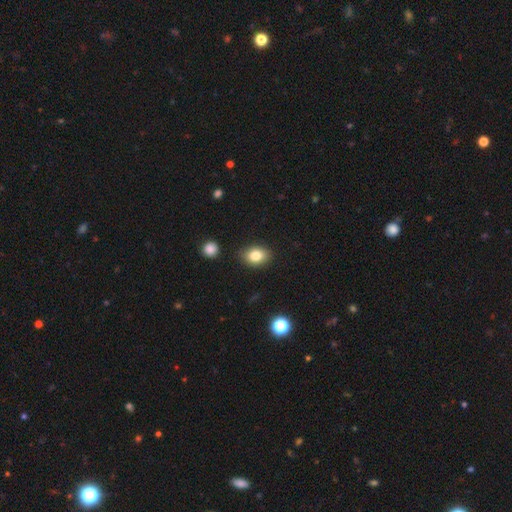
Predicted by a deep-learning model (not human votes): This is clearly a smooth galaxy (81%). How rounded: likely in between (69%). Merging: clearly none (86%).